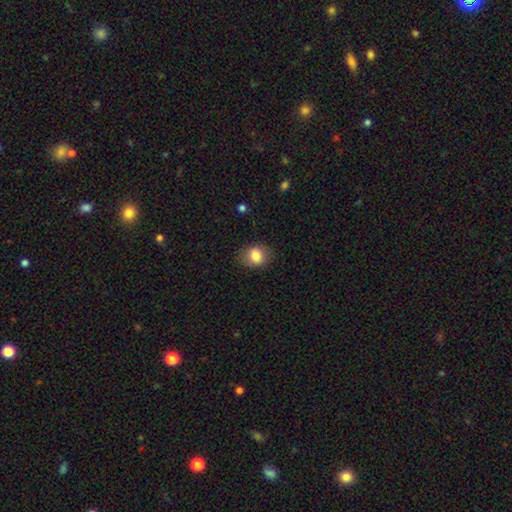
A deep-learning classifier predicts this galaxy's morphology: A smooth galaxy with no disk features (82%) that is in between round and cigar-shaped (50%).

Vote fractions:
- Smooth or featured? smooth: 82% / featured or disk: 9% / star or artifact: 9%
- How rounded? in between: 50% / round: 49% / cigar-shaped: 1%
- Merging? none: 80% / minor disturbance: 14% / major disturbance: 5% / merger: 1%